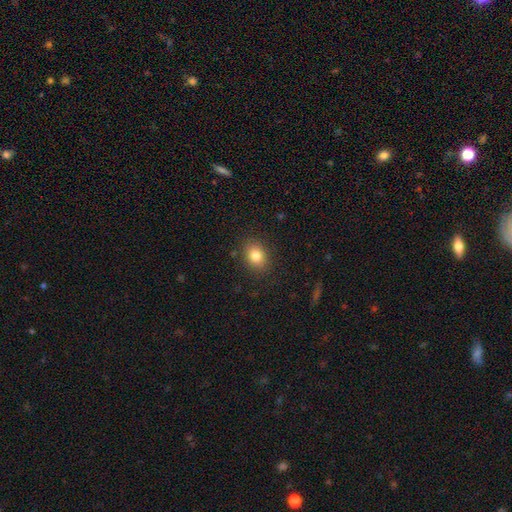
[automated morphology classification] Overall: smooth (82%). How rounded: in between (55%; round 44%). Merging: none (87%).